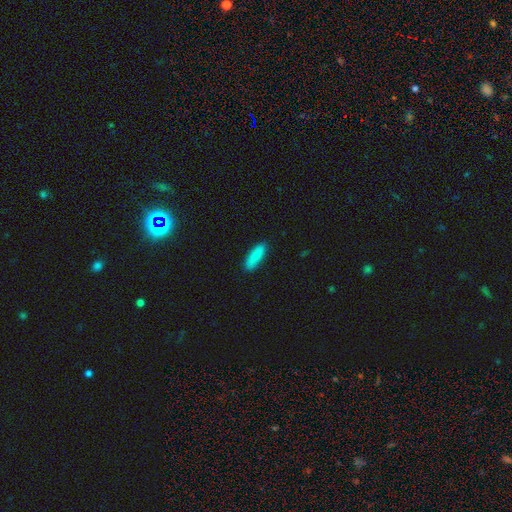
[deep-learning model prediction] smooth 87%, featured or disk 7%, star or artifact 6%. Down the decision tree: how rounded — cigar-shaped (55%); merging — none (87%).